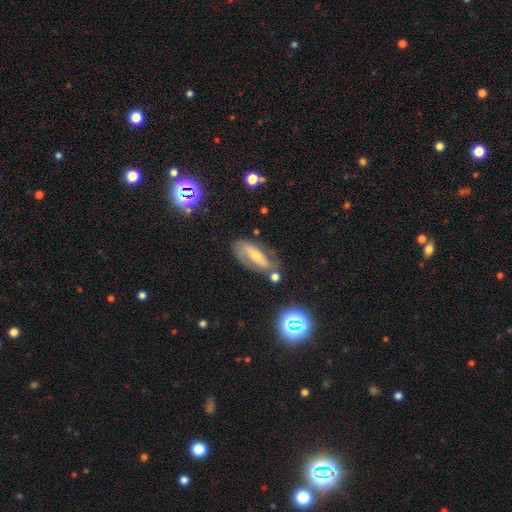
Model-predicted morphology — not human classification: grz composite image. It shows a featured or disk galaxy (60%). Merging: none (63%).